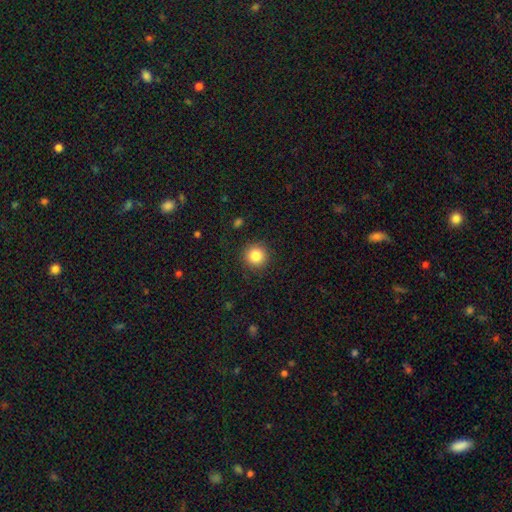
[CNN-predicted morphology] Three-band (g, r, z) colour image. It shows a smooth galaxy with no disk features (84%) that is round (95%). Merging: none (91%).